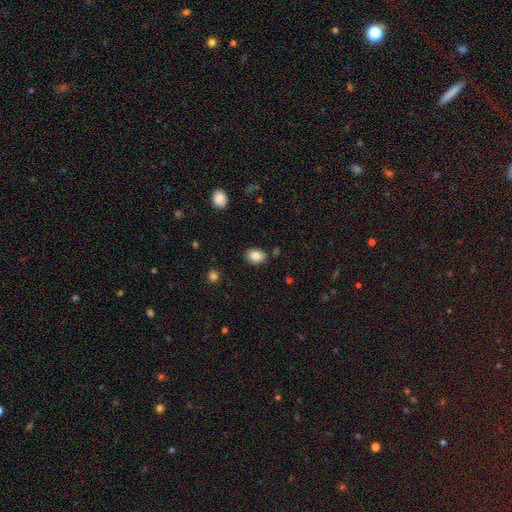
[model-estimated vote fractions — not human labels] Smooth or featured: smooth — 85% (star or artifact — 8%)
How rounded: in between — 75% (round — 23%)
Merging: none — 85% (minor disturbance — 11%)